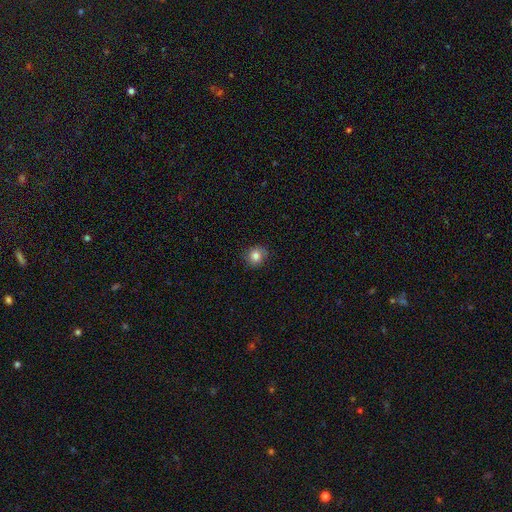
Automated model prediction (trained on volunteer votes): smooth-or-featured: smooth: 82% | star or artifact: 11% | featured or disk: 8%
  how-rounded: round: 82% | in between: 17% | cigar-shaped: 1%
  merging: none: 84% | minor disturbance: 12% | major disturbance: 3% | merger: 1%